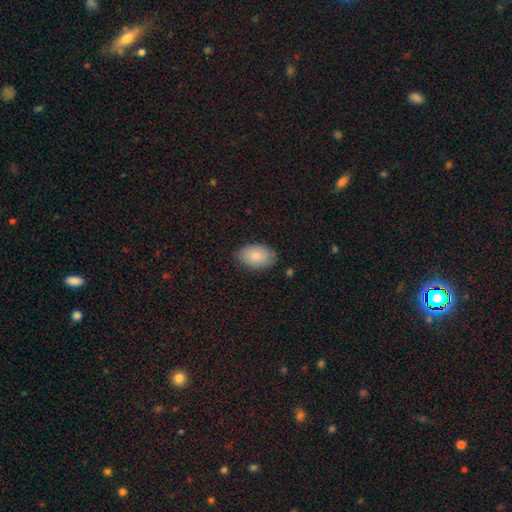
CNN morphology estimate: smooth_or_featured: smooth (p=0.84) [alt: featured or disk p=0.10]
how_rounded: in between (p=0.90) [alt: round p=0.09]
merging: none (p=0.81) [alt: minor disturbance p=0.15]